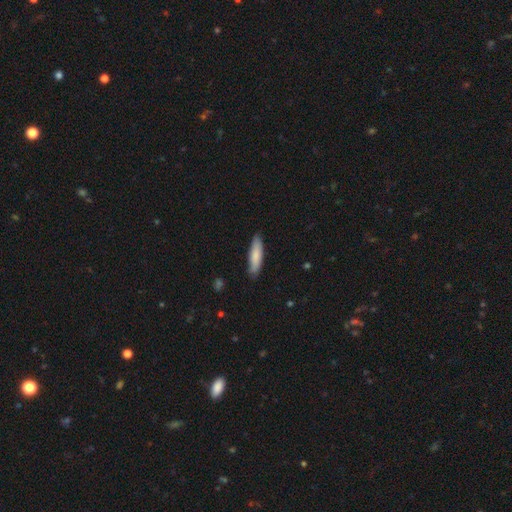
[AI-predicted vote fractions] smooth-or-featured: smooth: 81% | featured or disk: 13% | star or artifact: 5%
  how-rounded: cigar-shaped: 70% | in between: 29% | round: 1%
  merging: none: 85% | minor disturbance: 12% | major disturbance: 2% | merger: 1%